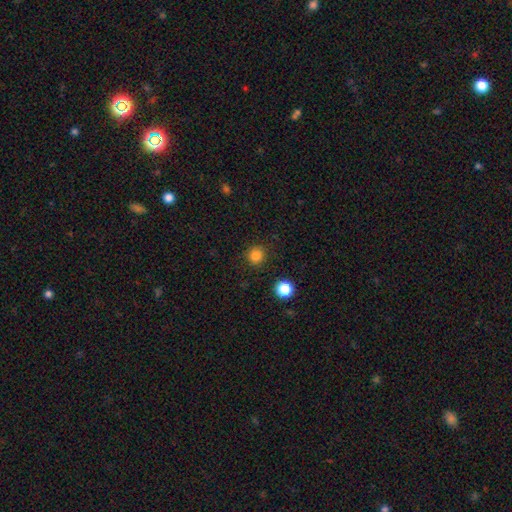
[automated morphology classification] The model was most divided on "smooth or featured": smooth: 83%, star or artifact: 14%, featured or disk: 4%. More confident: how rounded — round (93%); merging — none (91%).